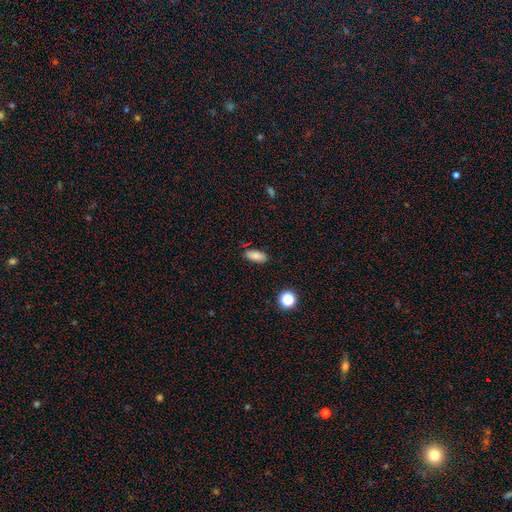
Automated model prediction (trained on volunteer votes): smooth_or_featured: smooth (p=0.83) [alt: star or artifact p=0.10]
how_rounded: in between (p=0.84) [alt: cigar-shaped p=0.12]
merging: none (p=0.84) [alt: minor disturbance p=0.12]